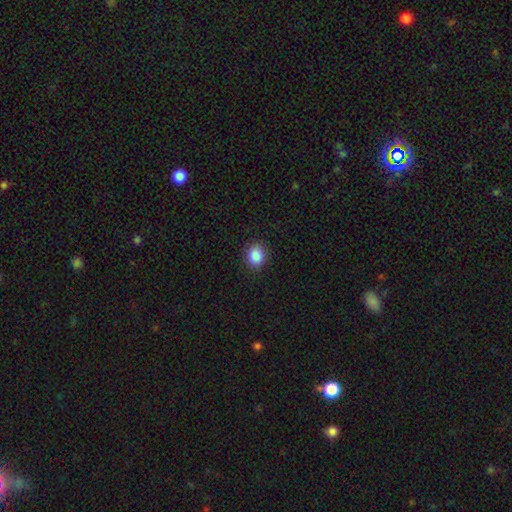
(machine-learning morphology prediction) This is clearly a smooth galaxy (88%). How rounded: possibly round (59%). Merging: clearly none (87%).